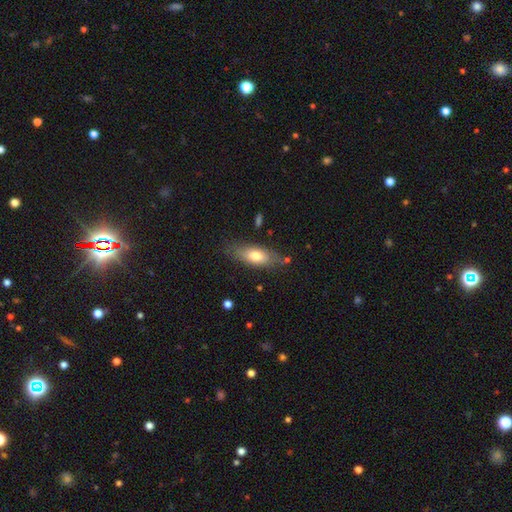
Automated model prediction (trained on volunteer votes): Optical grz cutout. It shows a smooth galaxy with no disk features (69%) that is in between round and cigar-shaped (75%). Merging: none (75%).